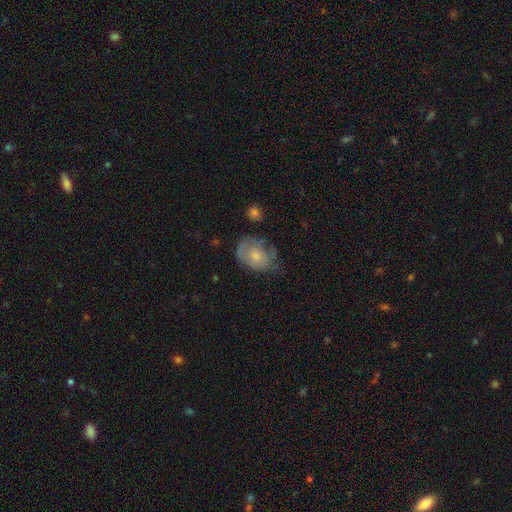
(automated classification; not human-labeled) A smooth galaxy with no disk features (55%) that is in between round and cigar-shaped (64%).

Vote fractions:
- Smooth or featured? smooth: 55% / featured or disk: 38% / star or artifact: 8%
- How rounded? in between: 64% / round: 35% / cigar-shaped: 1%
- Merging? none: 44% / minor disturbance: 34% / major disturbance: 19% / merger: 3%